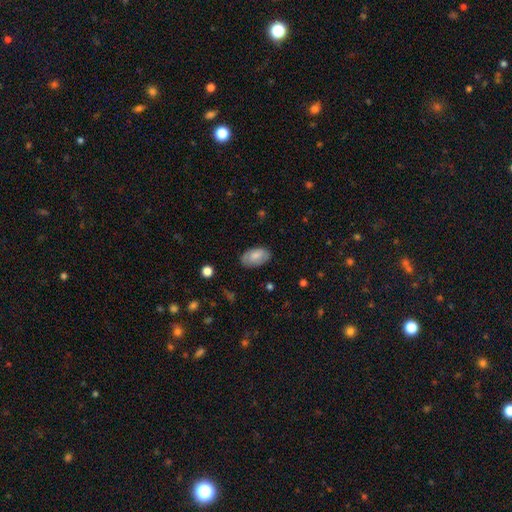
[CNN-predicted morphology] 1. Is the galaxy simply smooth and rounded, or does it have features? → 72% smooth, 22% featured or disk, 6% star or artifact.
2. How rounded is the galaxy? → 93% in between, 5% round, 2% cigar-shaped.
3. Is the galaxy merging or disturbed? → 81% none, 14% minor disturbance, 3% major disturbance, 1% merger.